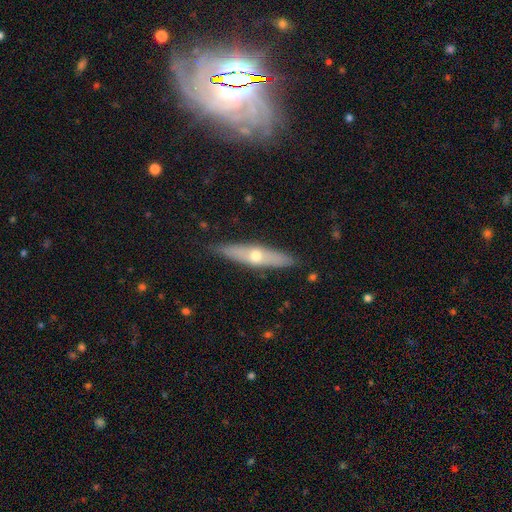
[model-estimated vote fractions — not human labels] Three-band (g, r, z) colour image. It shows a featured or disk galaxy (55%) viewed edge-on (82%). Merging: none (87%).